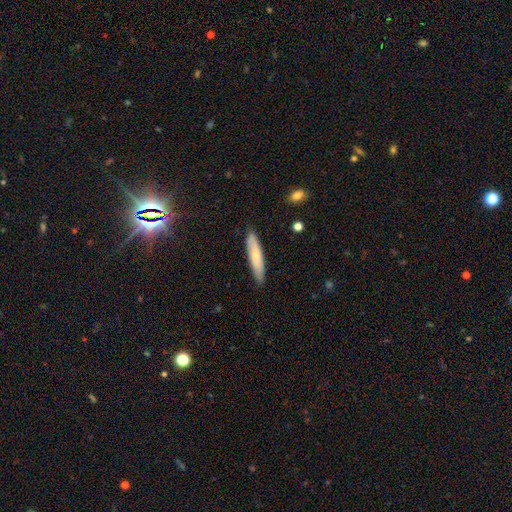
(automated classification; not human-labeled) This appears to be a smooth galaxy with no disk features (64%) that is cigar-shaped (85%). Merging: none (85%).